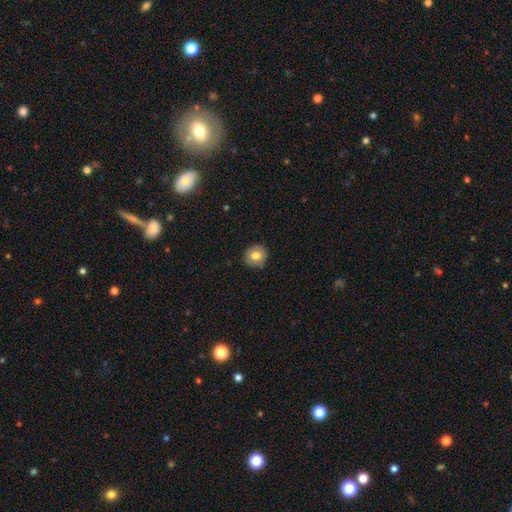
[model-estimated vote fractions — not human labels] This appears to be a smooth galaxy with no disk features (78%) that is round (88%). Merging: none (87%).